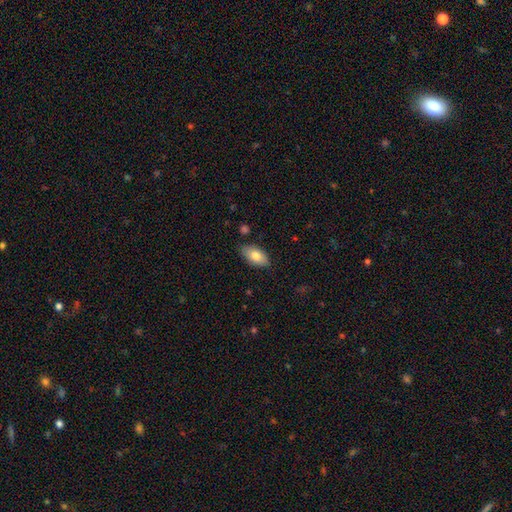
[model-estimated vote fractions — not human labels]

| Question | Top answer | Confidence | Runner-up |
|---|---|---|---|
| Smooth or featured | smooth | 80% | featured or disk (14%) |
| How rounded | in between | 93% | round (4%) |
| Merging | none | 82% | minor disturbance (14%) |